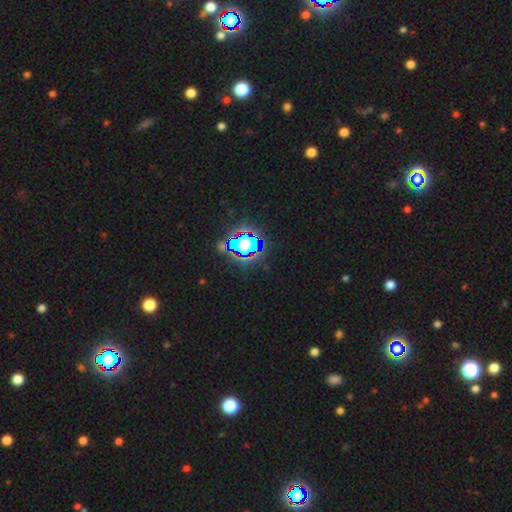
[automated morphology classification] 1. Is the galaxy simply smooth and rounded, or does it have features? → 82% star or artifact, 11% smooth, 7% featured or disk.